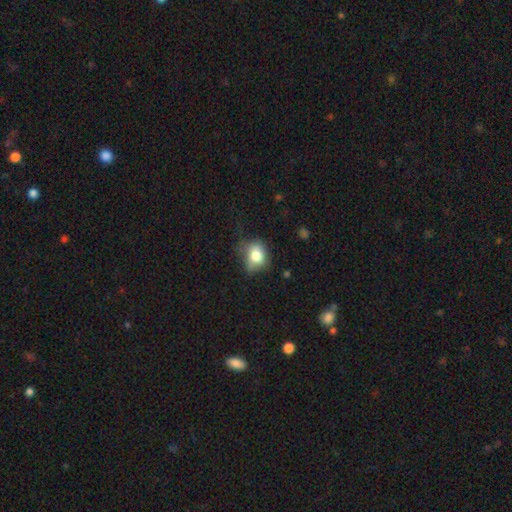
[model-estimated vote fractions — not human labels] This appears to be a smooth galaxy with no disk features (78%) that is round (52%). Merging: none (49%).